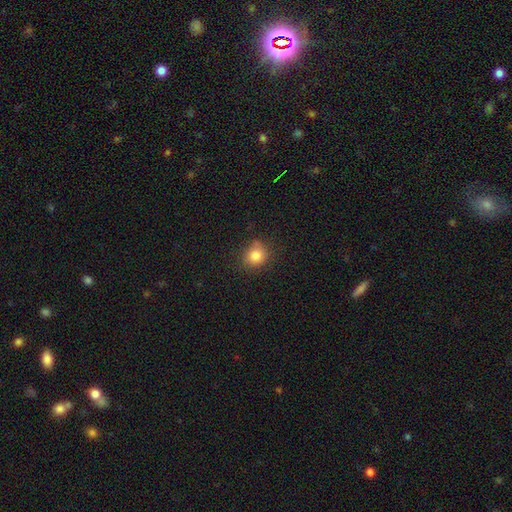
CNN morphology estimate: Q: Smooth or featured?
A: smooth (83%); runner-up: star or artifact (11%)
Q: How rounded?
A: round (81%); runner-up: in between (18%)
Q: Merging?
A: none (73%); runner-up: minor disturbance (18%)